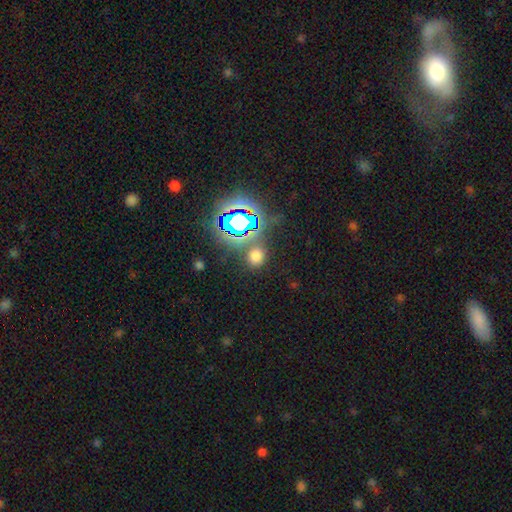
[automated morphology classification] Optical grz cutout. It shows a smooth galaxy with no disk features (61%) that is round (70%). Merging: none (81%).